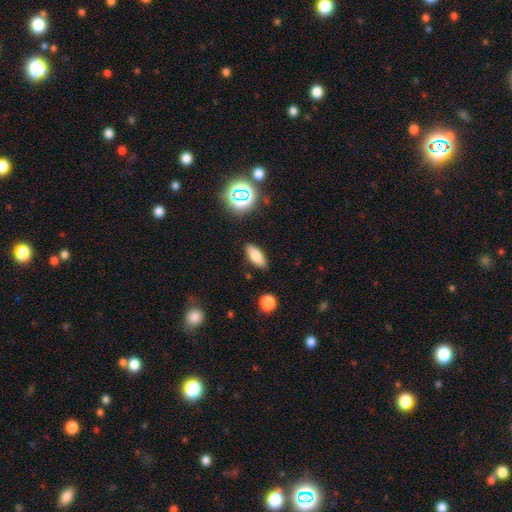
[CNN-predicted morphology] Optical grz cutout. It shows a smooth galaxy with no disk features (77%) that is in between round and cigar-shaped (77%). Merging: none (87%).